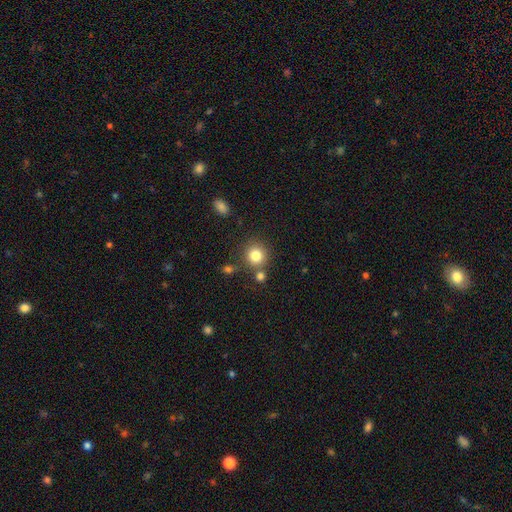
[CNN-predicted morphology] Q: Smooth or featured?
A: smooth (82%); runner-up: star or artifact (11%)
Q: How rounded?
A: round (90%); runner-up: in between (9%)
Q: Merging?
A: none (75%); runner-up: merger (13%)